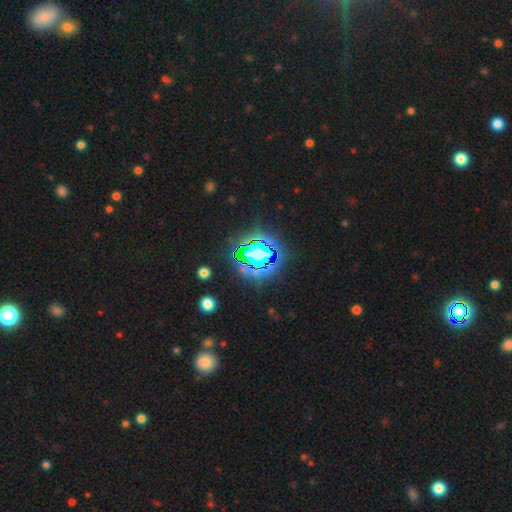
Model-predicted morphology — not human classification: Smooth or featured: star or artifact — 82% (smooth — 11%)